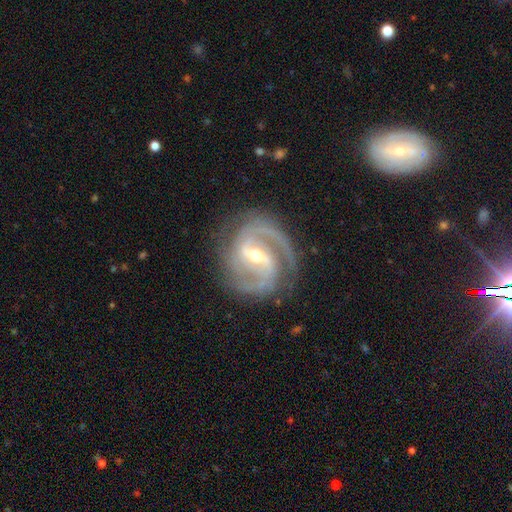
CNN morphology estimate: smooth-or-featured: featured or disk: 92% | star or artifact: 5% | smooth: 3%
  disk-edge-on: no: 97% | yes: 3%
    bar: weak: 47% | strong: 39% | no: 14%
    has-spiral-arms: yes: 98% | no: 2%
      spiral-winding: medium: 52% | tight: 40% | loose: 9%
      spiral-arm-count: 2: 68% | 3: 18% | can't tell: 6% | 4: 3% | 1: 3% | more than 4: 3%
    bulge-size: small: 49% | moderate: 48% | large: 2% | none: 1% | dominant: 1%
  merging: none: 78% | minor disturbance: 15% | major disturbance: 6% | merger: 1%